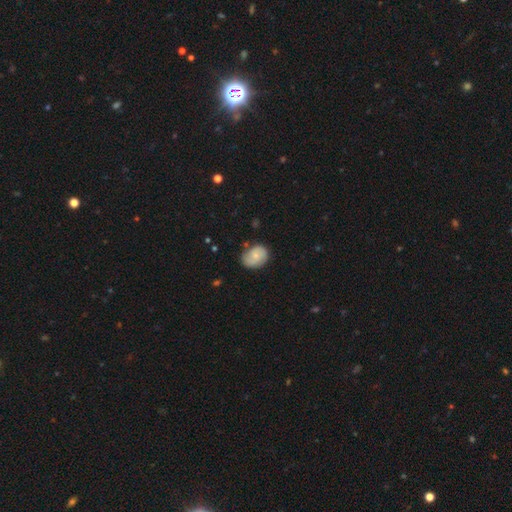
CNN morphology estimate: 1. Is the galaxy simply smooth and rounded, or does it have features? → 57% smooth, 36% featured or disk, 7% star or artifact.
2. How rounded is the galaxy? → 60% in between, 39% round, 1% cigar-shaped.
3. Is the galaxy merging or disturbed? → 68% none, 24% minor disturbance, 6% major disturbance, 2% merger.